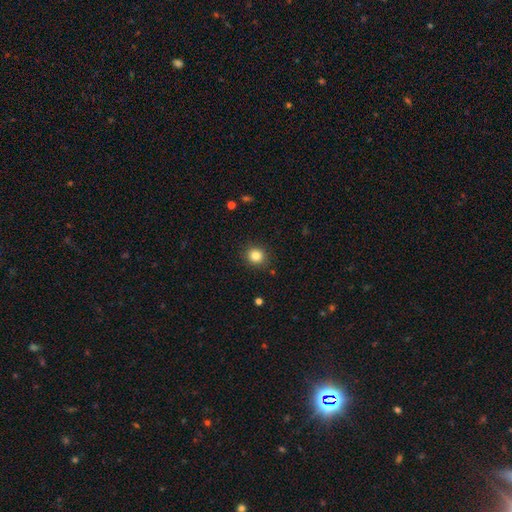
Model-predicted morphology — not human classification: Smooth or featured? Predicted: smooth (p=0.83). How rounded? Predicted: round (p=0.88). Merging? Predicted: none (p=0.89).